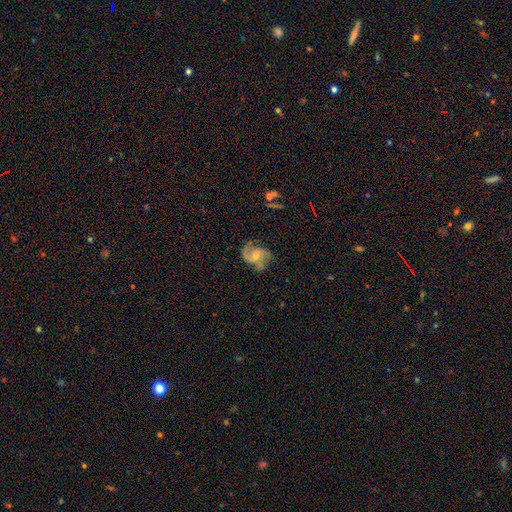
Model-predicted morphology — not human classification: Smooth or featured: featured or disk — 85% (star or artifact — 8%)
Edge-on disk: no — 98% (yes — 2%)
Bar: no — 47% (weak — 41%)
Spiral arms: yes — 97% (no — 3%)
Spiral winding: medium — 54% (loose — 24%)
Spiral arm count: 2 — 57% (3 — 26%)
Bulge size: small — 56% (moderate — 37%)
Merging: none — 72% (minor disturbance — 18%)